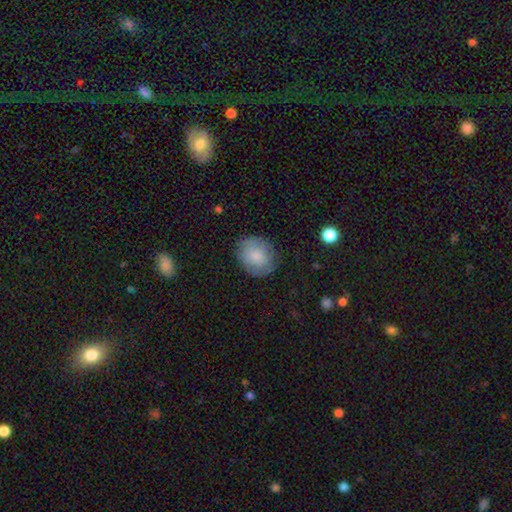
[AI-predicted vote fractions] Smooth or featured: smooth — 78% (featured or disk — 14%)
How rounded: round — 67% (in between — 32%)
Merging: none — 76% (minor disturbance — 17%)